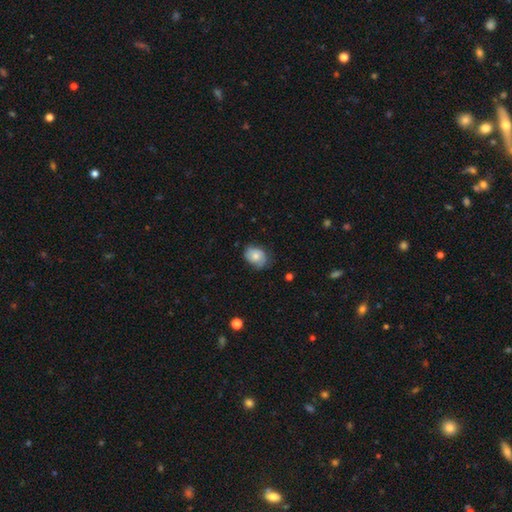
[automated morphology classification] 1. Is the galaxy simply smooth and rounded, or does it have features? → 66% smooth, 26% featured or disk, 8% star or artifact.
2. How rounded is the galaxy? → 63% in between, 36% round, 1% cigar-shaped.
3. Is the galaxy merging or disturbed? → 62% none, 30% minor disturbance, 8% major disturbance, 1% merger.